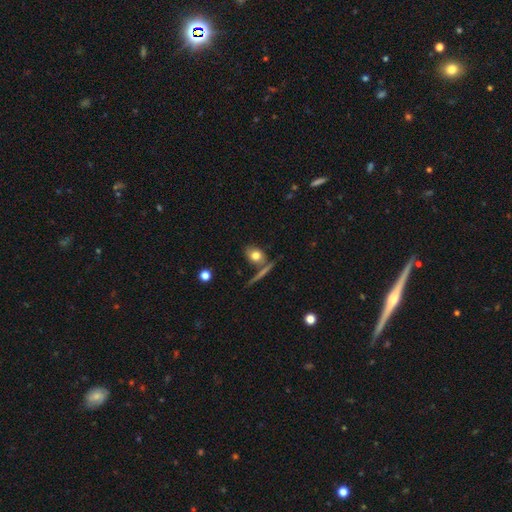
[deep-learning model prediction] This appears to be a smooth galaxy with no disk features (76%) that is in between round and cigar-shaped (55%). Merging: none (62%).